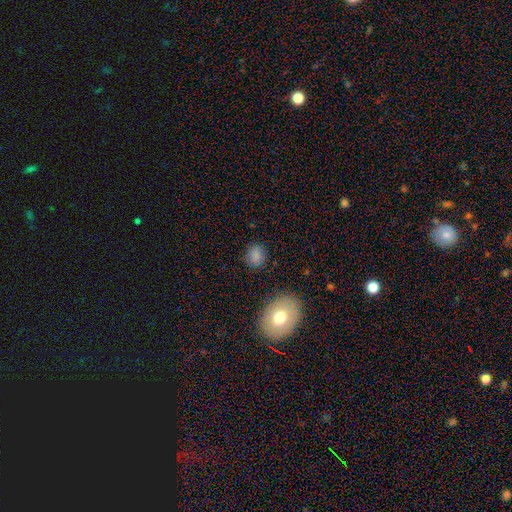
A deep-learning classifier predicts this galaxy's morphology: A smooth galaxy with no disk features (83%) that is round (61%). Merging: none (83%).